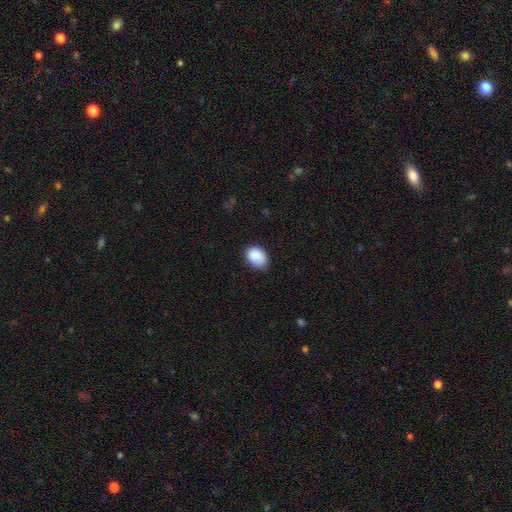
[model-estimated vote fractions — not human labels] Smooth or featured?
  - smooth: 87% *
  - star or artifact: 8%
  - featured or disk: 5%
How rounded?
  - in between: 63% *
  - round: 37%
  - cigar-shaped: 1%
Merging?
  - none: 66% *
  - minor disturbance: 27%
  - major disturbance: 5%
  - merger: 2%